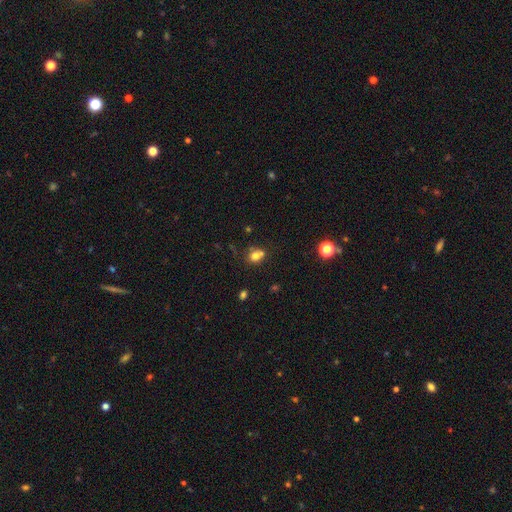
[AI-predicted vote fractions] Overall: smooth (73%). How rounded: round (71%). Merging: none (51%; merger 33%).